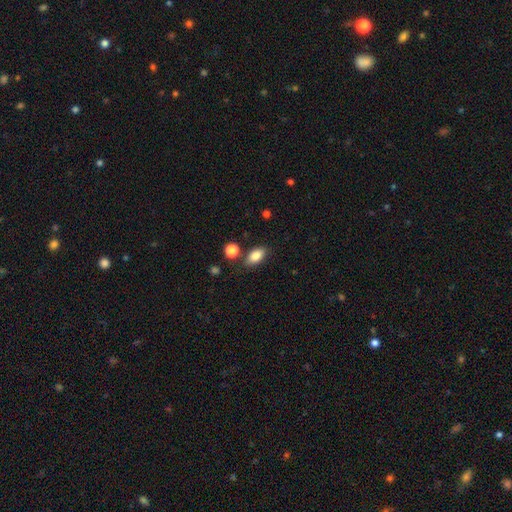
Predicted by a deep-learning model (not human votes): This is clearly a smooth galaxy (85%). How rounded: clearly in between (88%). Merging: likely none (78%).